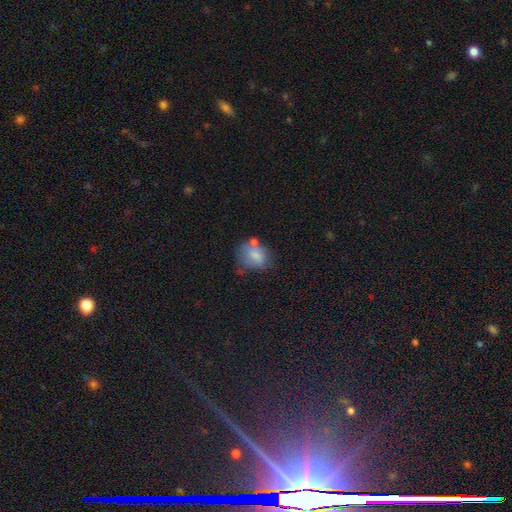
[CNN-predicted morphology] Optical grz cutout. It shows a smooth galaxy with no disk features (71%) that is in between round and cigar-shaped (54%). Merging: none (40%).